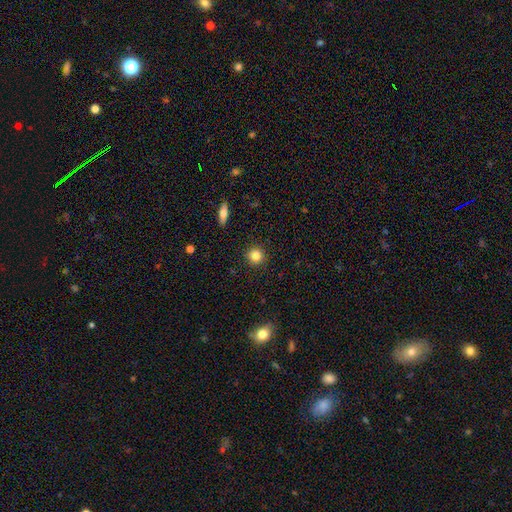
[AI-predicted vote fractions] Smooth or featured?
  - smooth: 83% *
  - star or artifact: 11%
  - featured or disk: 6%
How rounded?
  - round: 93% *
  - in between: 6%
  - cigar-shaped: 1%
Merging?
  - none: 92% *
  - minor disturbance: 5%
  - major disturbance: 2%
  - merger: 1%